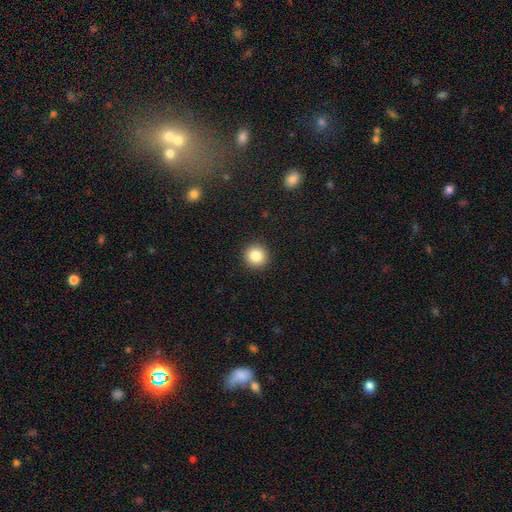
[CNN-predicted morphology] A smooth galaxy with no disk features (85%) that is round (95%). Merging: none (92%).